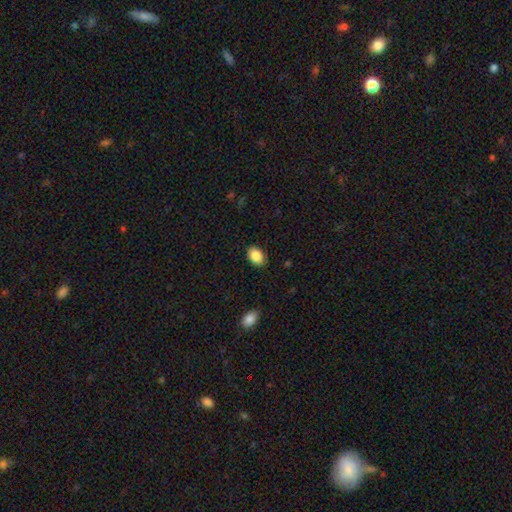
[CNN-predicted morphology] Smooth or featured? smooth (88%)
How rounded? in between (82%)
Merging? none (85%)